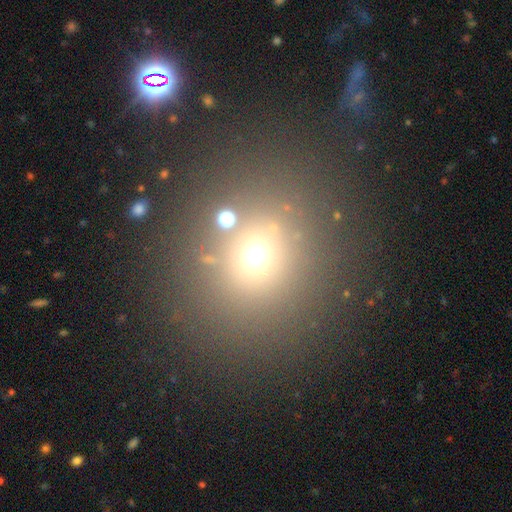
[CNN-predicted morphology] This is likely a smooth galaxy (62%). How rounded: clearly round (84%). Merging: likely none (78%).